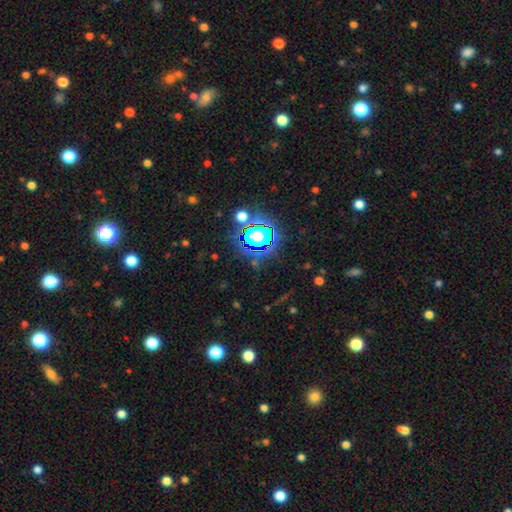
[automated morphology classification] Overall: star or artifact (75%).